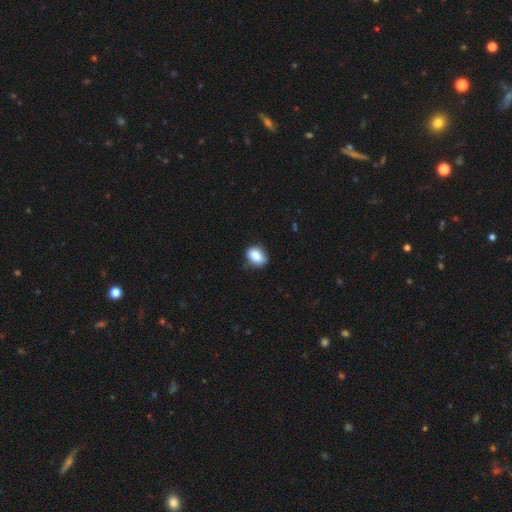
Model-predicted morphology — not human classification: smooth_or_featured: smooth (p=0.86) [alt: star or artifact p=0.08]
how_rounded: in between (p=0.75) [alt: round p=0.24]
merging: none (p=0.78) [alt: minor disturbance p=0.18]